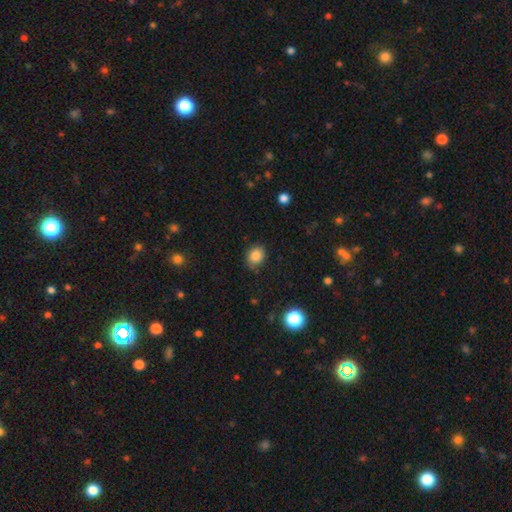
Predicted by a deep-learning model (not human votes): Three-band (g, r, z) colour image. It shows a smooth galaxy with no disk features (84%) that is round (65%). Merging: none (80%).